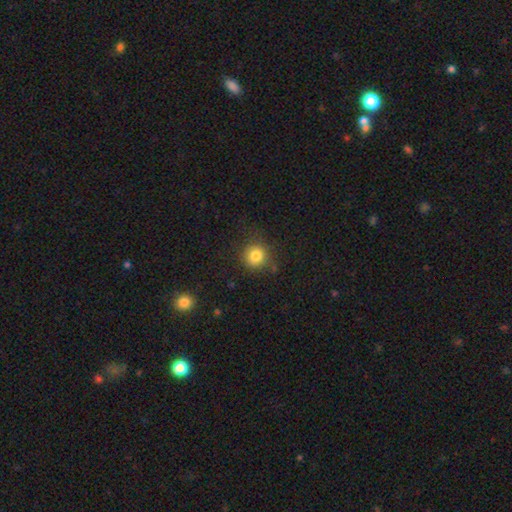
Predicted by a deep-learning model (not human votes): Morphology: type=smooth (83%); roundness=round (91%); merging=none (81%).